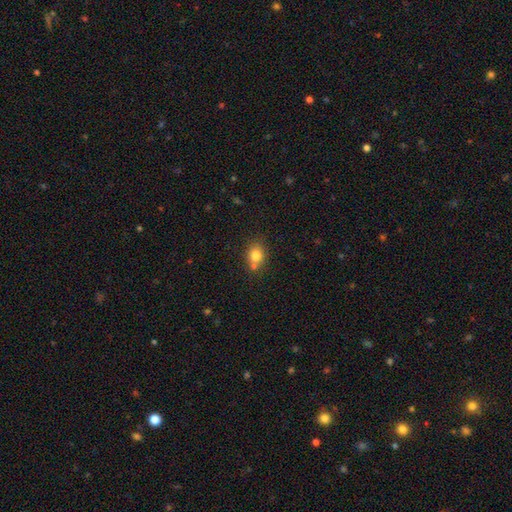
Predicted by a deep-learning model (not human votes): Q: Smooth or featured?
A: smooth (79%); runner-up: star or artifact (11%)
Q: How rounded?
A: round (61%); runner-up: in between (38%)
Q: Merging?
A: none (61%); runner-up: merger (22%)